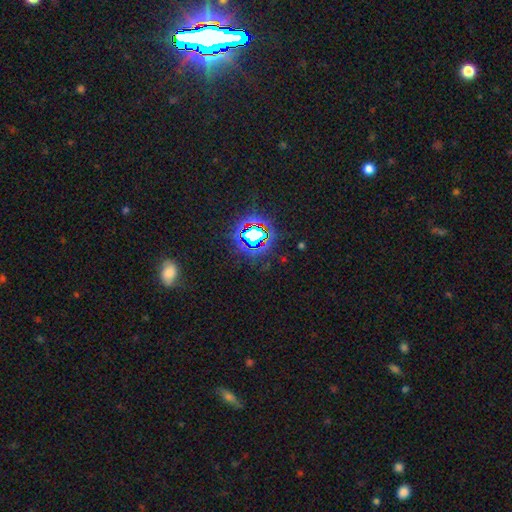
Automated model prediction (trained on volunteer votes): The model was most divided on "smooth or featured": star or artifact: 79%, smooth: 14%, featured or disk: 8%.